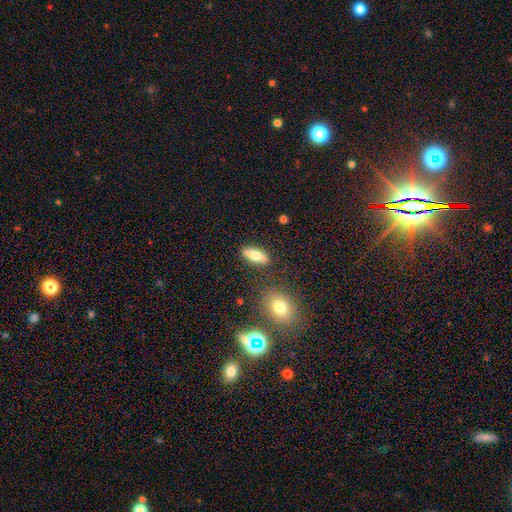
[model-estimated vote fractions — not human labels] Q: Smooth or featured?
A: smooth (70%); runner-up: featured or disk (22%)
Q: How rounded?
A: in between (61%); runner-up: cigar-shaped (35%)
Q: Merging?
A: none (85%); runner-up: minor disturbance (9%)